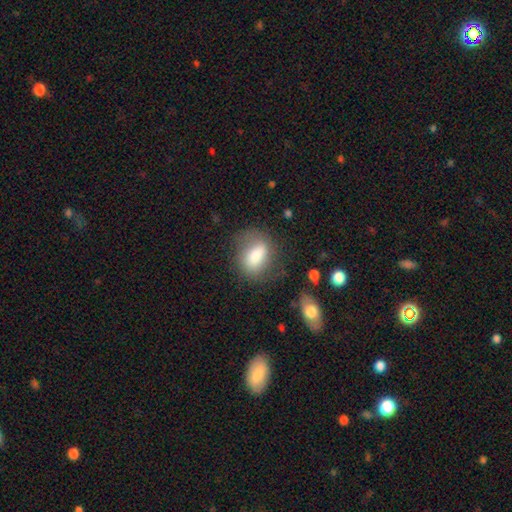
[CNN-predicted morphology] This is likely a smooth galaxy (72%). How rounded: likely in between (73%). Merging: likely none (64%).